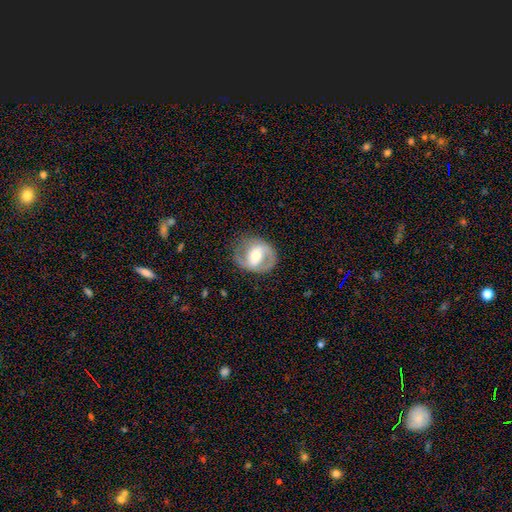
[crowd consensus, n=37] featured or disk 78%, smooth 19%, star or artifact 3%. Down the decision tree: edge-on disk — no (97%); bar — weak (39%, tied with no); spiral arms — yes (79%); spiral arm count — 2 (86%); spiral winding — medium (55%); bulge size — moderate (57%); merging — none (81%).